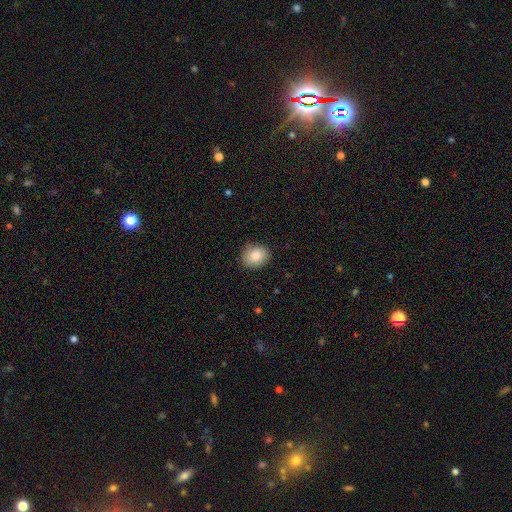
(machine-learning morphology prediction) A smooth galaxy with no disk features (85%) that is round (55%).

Vote fractions:
- Smooth or featured? smooth: 85% / star or artifact: 8% / featured or disk: 6%
- How rounded? round: 55% / in between: 44% / cigar-shaped: 1%
- Merging? none: 85% / minor disturbance: 12% / major disturbance: 2% / merger: 1%